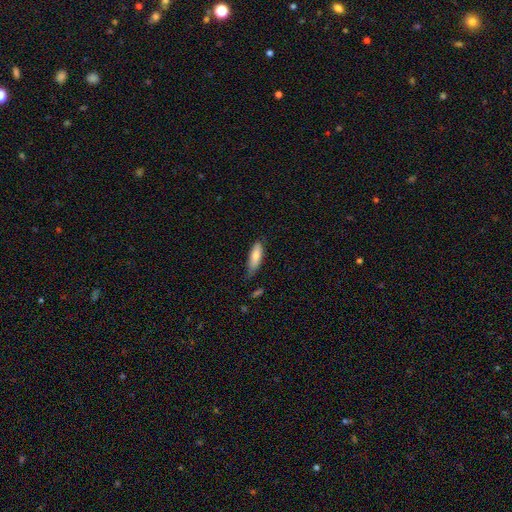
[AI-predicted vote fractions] Overall: smooth (80%). How rounded: in between (50%; cigar-shaped 48%). Merging: none (62%; minor disturbance 30%).